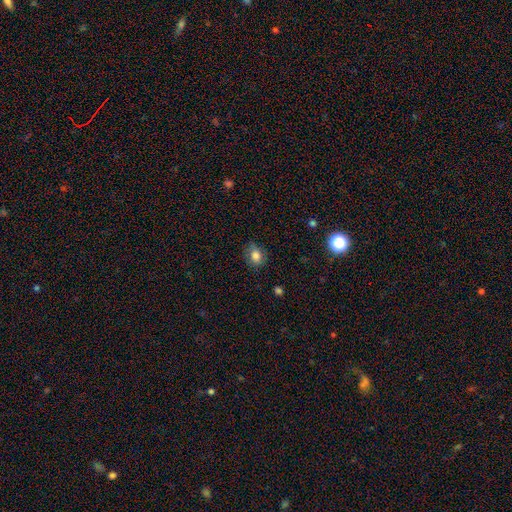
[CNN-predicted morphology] Smooth or featured? smooth (79%)
How rounded? round (50%)
Merging? none (74%)